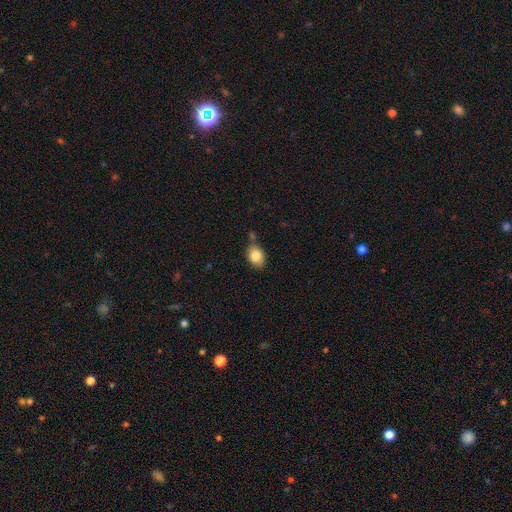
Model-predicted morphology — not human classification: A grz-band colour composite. It shows a smooth galaxy with no disk features (84%) that is in between round and cigar-shaped (67%). Merging: none (70%).